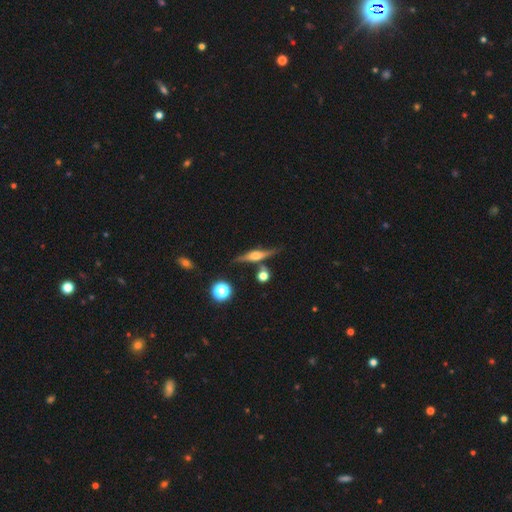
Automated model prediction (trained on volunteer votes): A featured or disk galaxy (74%) viewed edge-on (96%) with a rounded central bulge (89%).

Vote fractions:
- Smooth or featured? featured or disk: 74% / smooth: 18% / star or artifact: 8%
- Edge-on disk? yes: 96% / no: 4%
- Edge-on bulge? rounded: 89% / boxy: 8% / none: 3%
- Merging? none: 79% / minor disturbance: 11% / merger: 6% / major disturbance: 3%